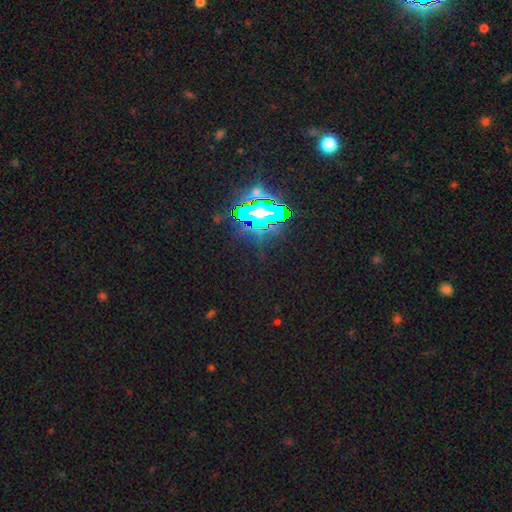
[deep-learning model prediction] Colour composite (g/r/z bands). It shows a star or artifact, not a galaxy (82%).